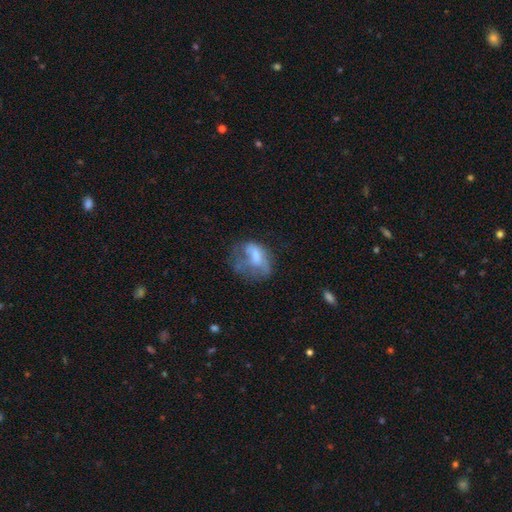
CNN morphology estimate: smooth-or-featured: smooth: 52% | featured or disk: 37% | star or artifact: 11%
  how-rounded: in between: 76% | round: 22% | cigar-shaped: 2%
  merging: major disturbance: 45% | none: 26% | minor disturbance: 24% | merger: 5%